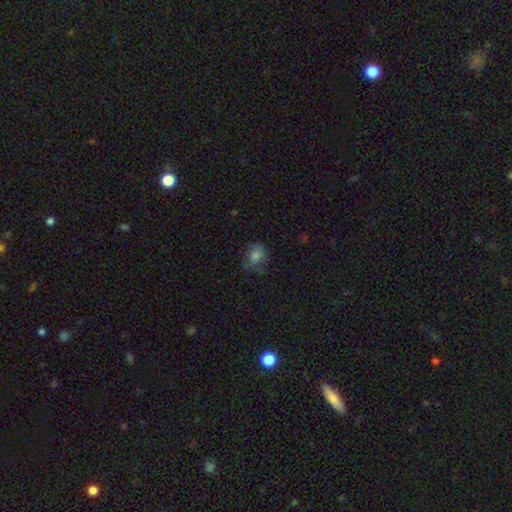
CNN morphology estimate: smooth 73%, star or artifact 14%, featured or disk 13%. Down the decision tree: how rounded — in between (55%); merging — none (62%).